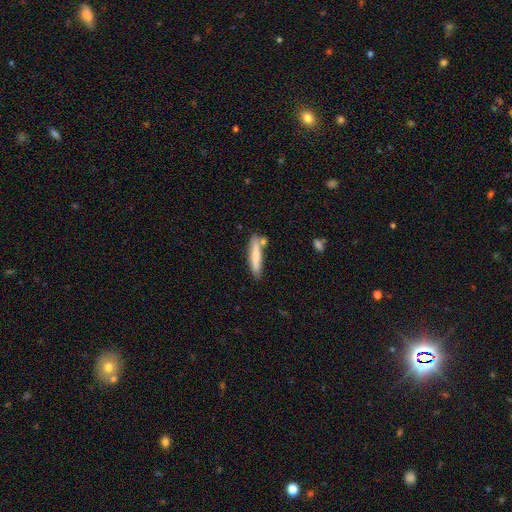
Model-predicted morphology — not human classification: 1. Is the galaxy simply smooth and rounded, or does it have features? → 73% smooth, 21% featured or disk, 6% star or artifact.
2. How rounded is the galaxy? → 87% cigar-shaped, 12% in between, 1% round.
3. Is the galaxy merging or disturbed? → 70% none, 15% minor disturbance, 11% merger, 3% major disturbance.